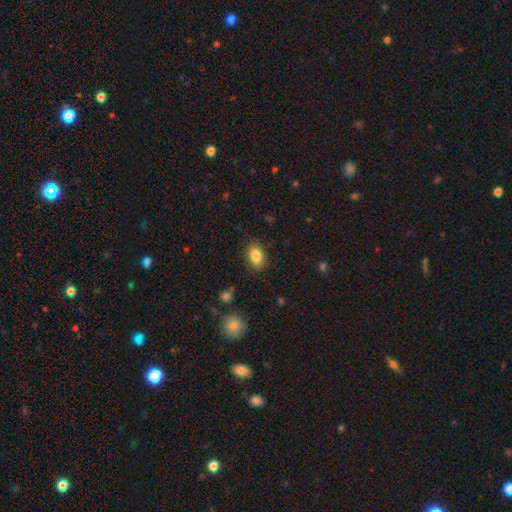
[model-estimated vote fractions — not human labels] smooth-or-featured: smooth: 85% | star or artifact: 8% | featured or disk: 6%
  how-rounded: in between: 86% | round: 13% | cigar-shaped: 2%
  merging: none: 86% | minor disturbance: 10% | major disturbance: 3% | merger: 1%